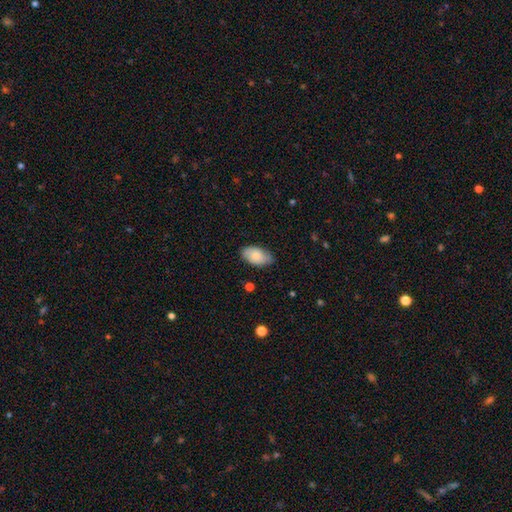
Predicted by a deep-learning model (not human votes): A smooth galaxy with no disk features (80%) that is in between round and cigar-shaped (94%).

Vote fractions:
- Smooth or featured? smooth: 80% / featured or disk: 14% / star or artifact: 6%
- How rounded? in between: 94% / round: 5% / cigar-shaped: 2%
- Merging? none: 75% / minor disturbance: 21% / major disturbance: 3% / merger: 1%